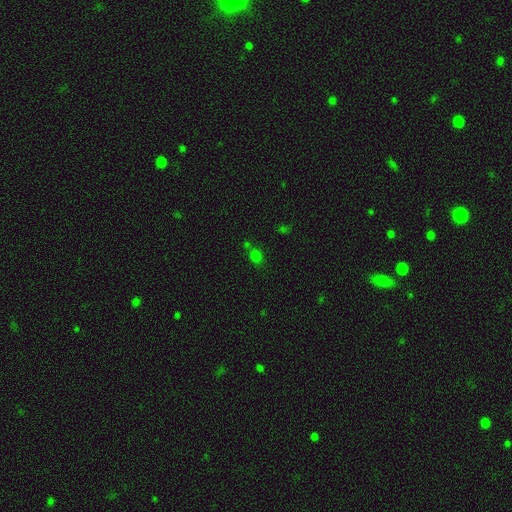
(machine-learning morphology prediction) smooth_or_featured: smooth (p=0.66) [alt: star or artifact p=0.28]
how_rounded: round (p=0.61) [alt: in between p=0.38]
merging: none (p=0.67) [alt: merger p=0.16]